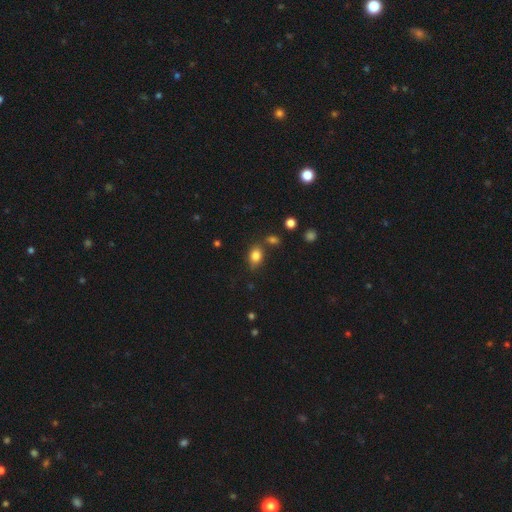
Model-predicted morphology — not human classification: A smooth galaxy with no disk features (82%) that is in between round and cigar-shaped (72%). Merging: none (70%).